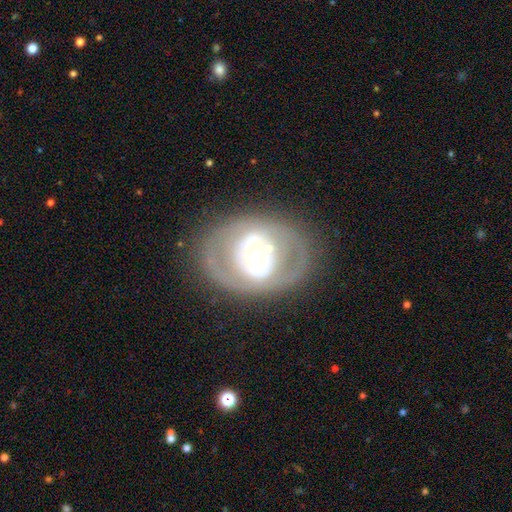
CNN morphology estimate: smooth_or_featured: featured or disk (p=0.66) [alt: smooth p=0.27]
disk_edge_on: no (p=0.94) [alt: yes p=0.06]
bar: no (p=0.66) [alt: weak p=0.20]
has_spiral_arms: no (p=0.77) [alt: yes p=0.23]
bulge_size: moderate (p=0.62) [alt: small p=0.18]
merging: none (p=0.70) [alt: minor disturbance p=0.14]